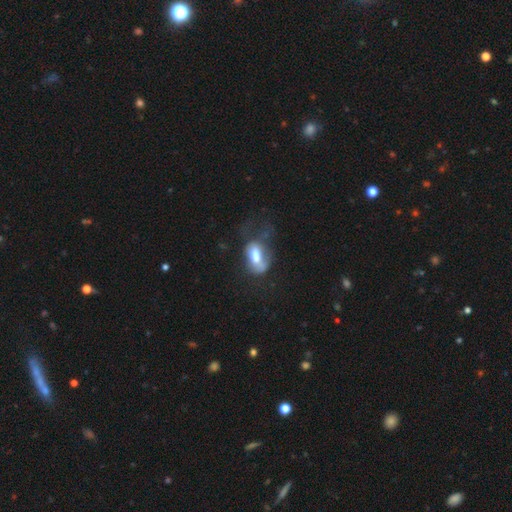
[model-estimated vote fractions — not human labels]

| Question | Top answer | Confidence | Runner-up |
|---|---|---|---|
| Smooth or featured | smooth | 60% | featured or disk (30%) |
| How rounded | in between | 85% | round (11%) |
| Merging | major disturbance | 44% | none (24%) |